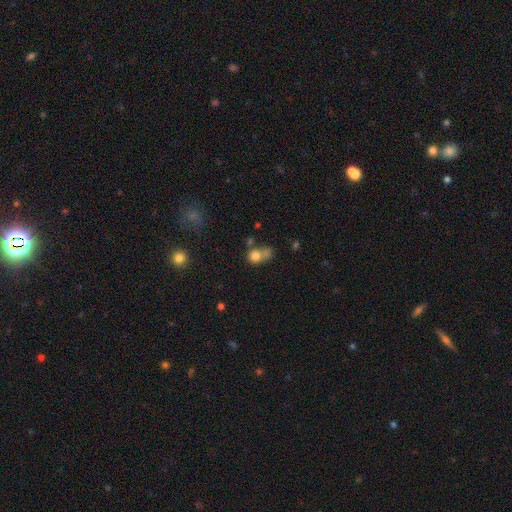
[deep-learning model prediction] Smooth or featured? Predicted: smooth (p=0.77). How rounded? Predicted: round (p=0.75). Merging? Predicted: merger (p=0.42).